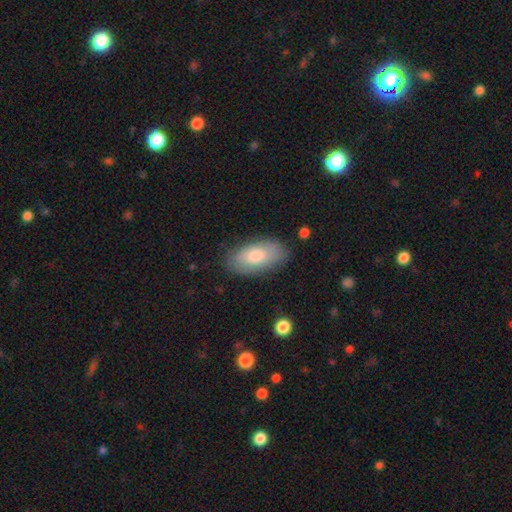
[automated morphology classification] smooth 74%, featured or disk 20%, star or artifact 6%. Down the decision tree: how rounded — in between (93%); merging — none (81%).